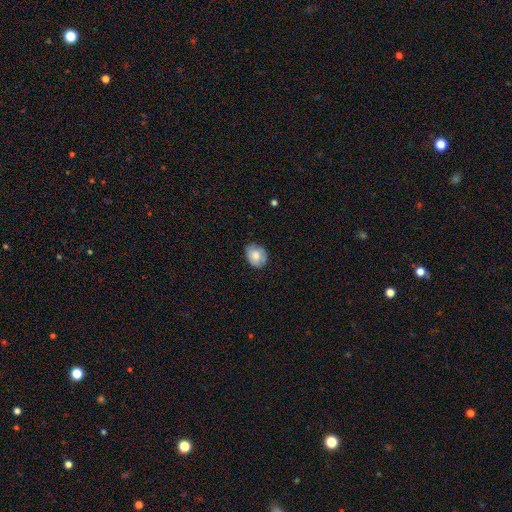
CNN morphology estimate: Q: Smooth or featured?
A: smooth (78%); runner-up: featured or disk (14%)
Q: How rounded?
A: in between (55%); runner-up: round (45%)
Q: Merging?
A: none (75%); runner-up: minor disturbance (20%)